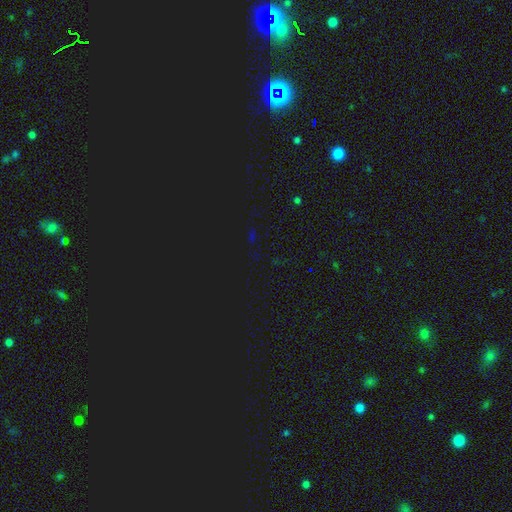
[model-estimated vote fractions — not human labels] Smooth or featured? star or artifact (77%)